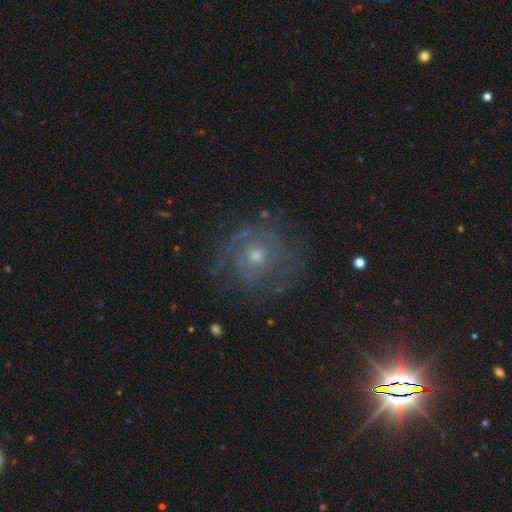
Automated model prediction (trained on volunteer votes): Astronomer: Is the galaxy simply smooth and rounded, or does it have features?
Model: featured or disk — 65%.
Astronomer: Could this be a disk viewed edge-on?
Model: no — 97%.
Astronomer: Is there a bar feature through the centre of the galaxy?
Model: no — 81%.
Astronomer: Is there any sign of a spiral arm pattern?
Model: yes — 82%.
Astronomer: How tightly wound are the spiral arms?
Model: tight — 59%.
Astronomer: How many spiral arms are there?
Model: can't tell — 46%.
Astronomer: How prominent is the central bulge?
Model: moderate — 50% (runner-up: small, 44%).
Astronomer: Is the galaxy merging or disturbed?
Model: none — 74%.